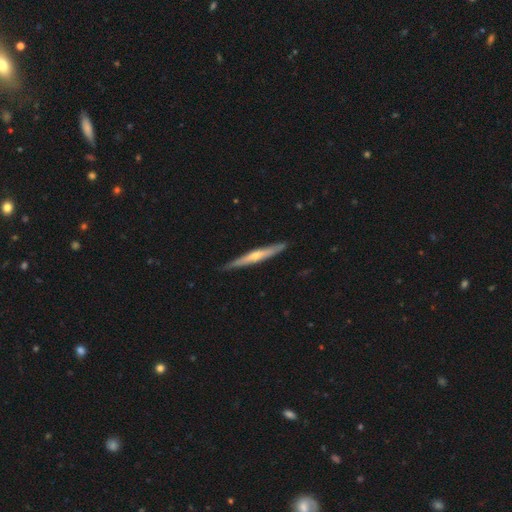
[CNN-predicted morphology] smooth-or-featured: featured or disk: 65% | smooth: 30% | star or artifact: 5%
  disk-edge-on: yes: 96% | no: 4%
    edge-on-bulge: rounded: 75% | none: 22% | boxy: 3%
  merging: none: 88% | minor disturbance: 9% | major disturbance: 1% | merger: 1%